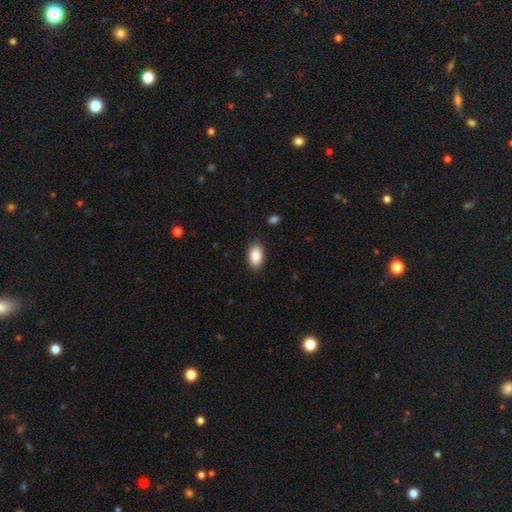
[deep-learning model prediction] smooth-or-featured: smooth: 88% | star or artifact: 7% | featured or disk: 6%
  how-rounded: in between: 93% | round: 4% | cigar-shaped: 3%
  merging: none: 87% | minor disturbance: 9% | major disturbance: 2% | merger: 1%